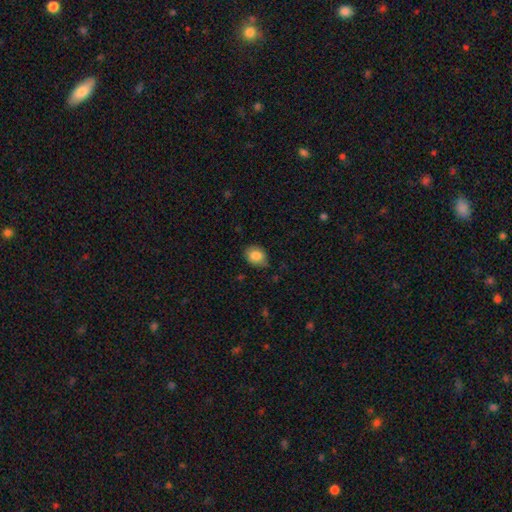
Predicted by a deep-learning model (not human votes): This appears to be a smooth galaxy with no disk features (86%) that is round (50%). Merging: none (77%).